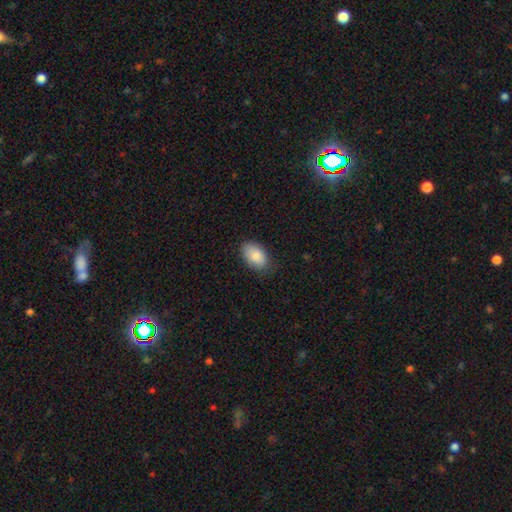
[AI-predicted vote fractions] Q: Smooth or featured?
A: smooth (85%); runner-up: featured or disk (9%)
Q: How rounded?
A: in between (91%); runner-up: round (7%)
Q: Merging?
A: none (80%); runner-up: minor disturbance (16%)